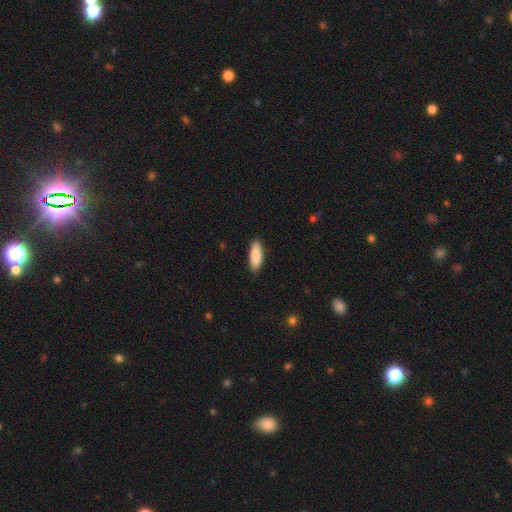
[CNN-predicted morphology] smooth 89%, featured or disk 6%, star or artifact 5%. Down the decision tree: how rounded — in between (57%); merging — none (88%).